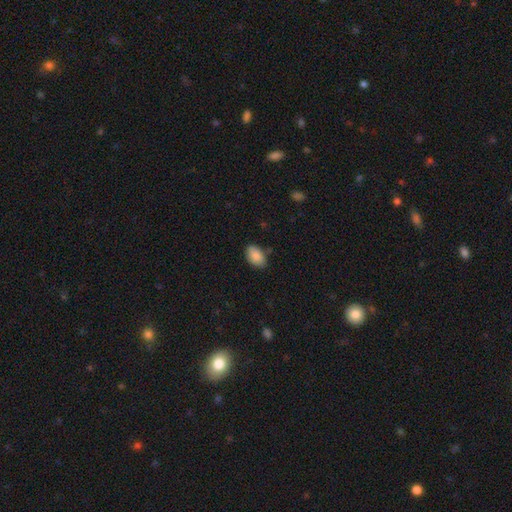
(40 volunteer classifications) Q: Smooth or featured?
A: smooth (98%); runner-up: star or artifact (2%)
Q: How rounded?
A: in between (90%); runner-up: round (10%)
Q: Merging?
A: none (87%); runner-up: minor disturbance (13%)